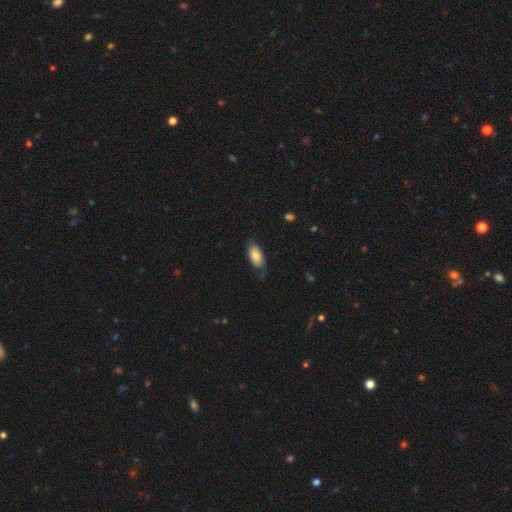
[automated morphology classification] smooth 79%, featured or disk 14%, star or artifact 6%. Down the decision tree: how rounded — in between (92%); merging — none (66%).